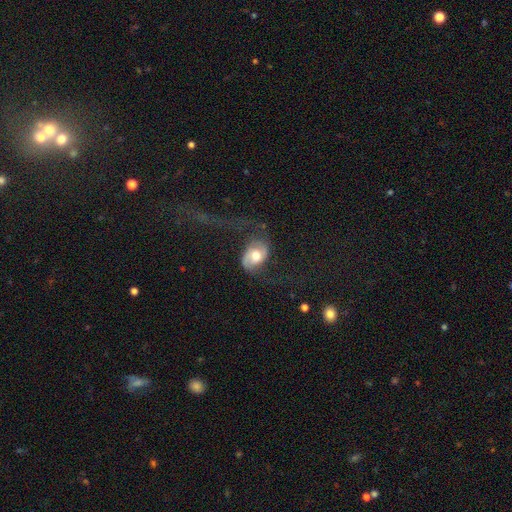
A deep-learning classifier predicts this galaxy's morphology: This appears to be a featured or disk galaxy (69%) with no bar (58%), 2 (90%) loose (63%) spiral arms (88%) and a moderate central bulge (74%). Merging: none (50%).